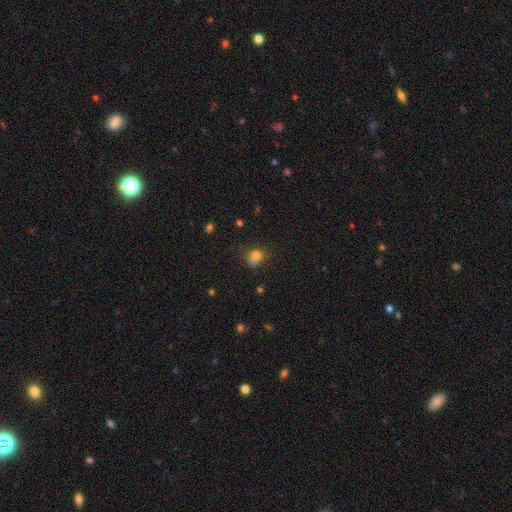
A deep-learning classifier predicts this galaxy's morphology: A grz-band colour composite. It shows a smooth galaxy with no disk features (78%) that is round (56%). Merging: none (54%).